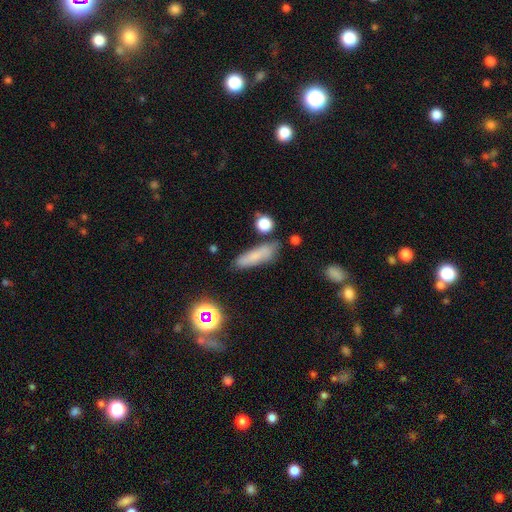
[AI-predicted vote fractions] This appears to be a smooth galaxy with no disk features (73%) that is cigar-shaped (66%). Merging: none (74%).